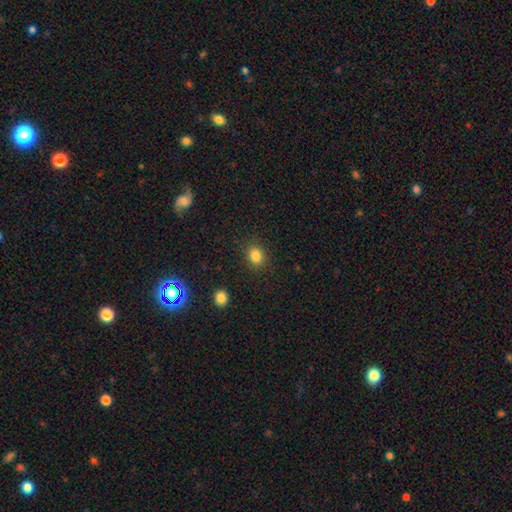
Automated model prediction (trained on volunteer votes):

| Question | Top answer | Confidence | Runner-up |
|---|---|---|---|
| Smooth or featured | smooth | 84% | star or artifact (11%) |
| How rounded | round | 62% | in between (37%) |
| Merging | none | 88% | minor disturbance (8%) |